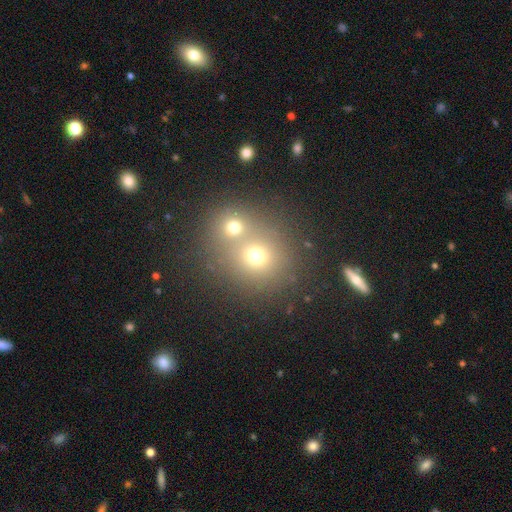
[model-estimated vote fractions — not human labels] smooth_or_featured: smooth (p=0.67) [alt: star or artifact p=0.19]
how_rounded: round (p=0.82) [alt: in between p=0.17]
merging: merger (p=0.50) [alt: none p=0.40]